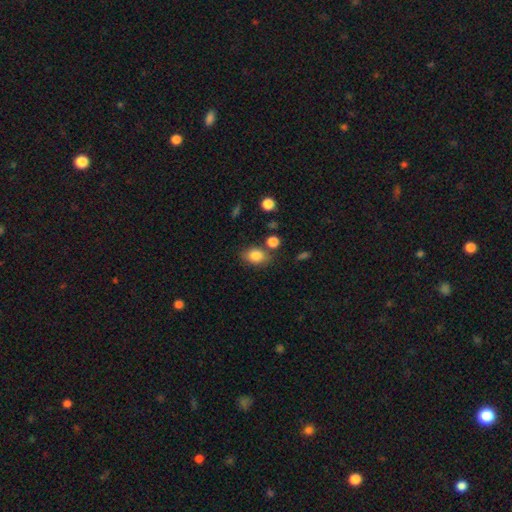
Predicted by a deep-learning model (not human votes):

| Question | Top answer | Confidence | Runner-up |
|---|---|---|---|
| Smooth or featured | smooth | 83% | star or artifact (9%) |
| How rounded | in between | 68% | round (30%) |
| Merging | none | 71% | minor disturbance (15%) |